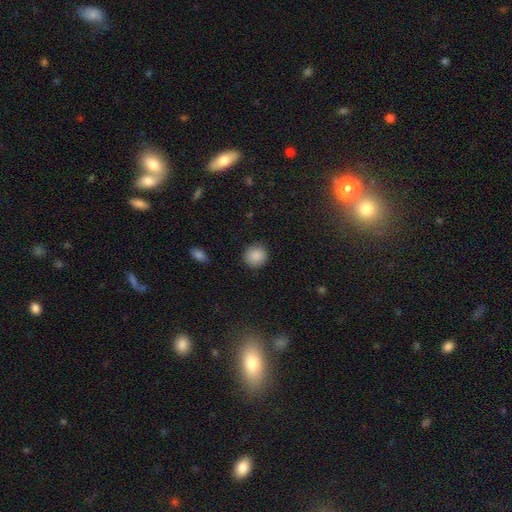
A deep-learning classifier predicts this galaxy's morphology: smooth_or_featured: smooth (p=0.89) [alt: star or artifact p=0.08]
how_rounded: round (p=0.88) [alt: in between p=0.11]
merging: none (p=0.89) [alt: minor disturbance p=0.07]